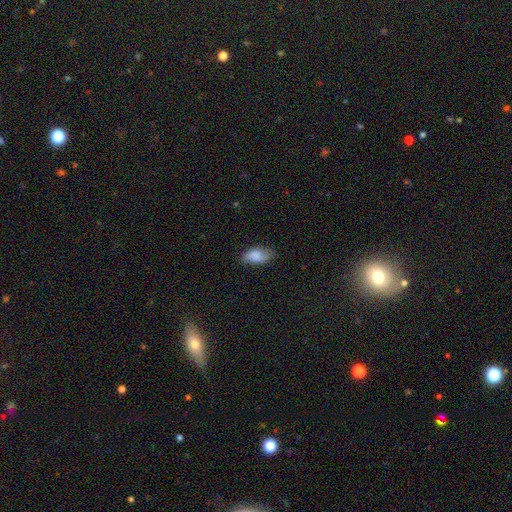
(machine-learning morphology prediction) Smooth or featured: smooth — 80% (featured or disk — 12%)
How rounded: in between — 92% (cigar-shaped — 4%)
Merging: none — 70% (minor disturbance — 23%)